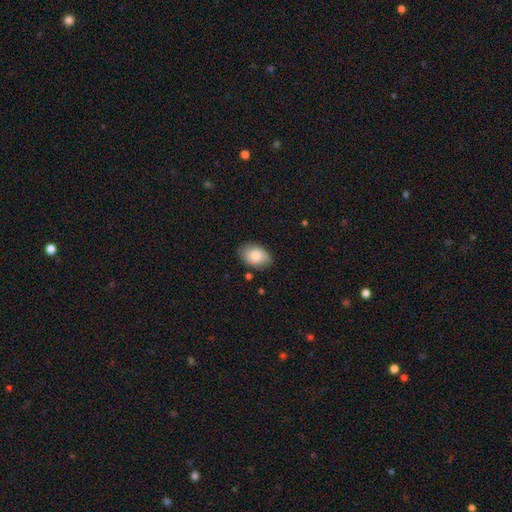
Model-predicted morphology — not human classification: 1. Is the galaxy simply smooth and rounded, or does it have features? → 76% smooth, 17% featured or disk, 7% star or artifact.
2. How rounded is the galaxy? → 86% in between, 13% round, 1% cigar-shaped.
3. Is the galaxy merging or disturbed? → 75% none, 19% minor disturbance, 4% major disturbance, 2% merger.